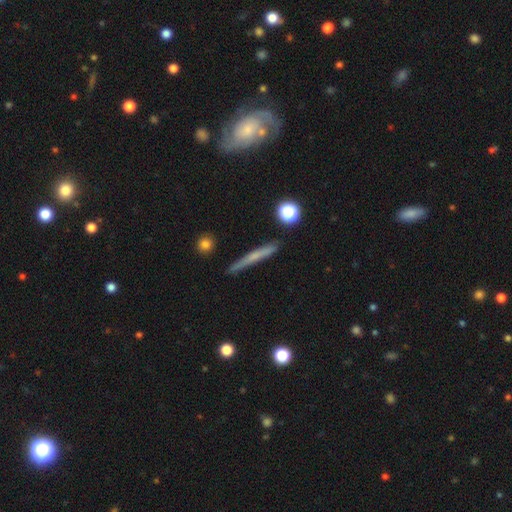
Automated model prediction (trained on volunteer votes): Overall: smooth (51%; featured or disk 40%). How rounded: cigar-shaped (93%). Merging: none (87%).